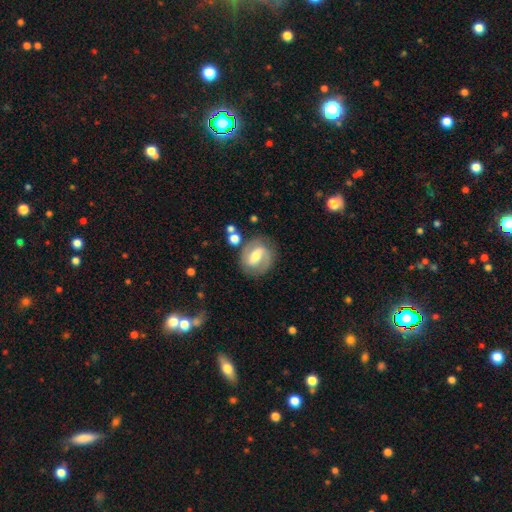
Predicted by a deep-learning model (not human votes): smooth_or_featured: featured or disk (p=0.67) [alt: smooth p=0.26]
disk_edge_on: no (p=0.96) [alt: yes p=0.04]
bar: strong (p=0.44) [alt: weak p=0.41]
has_spiral_arms: yes (p=0.80) [alt: no p=0.20]
spiral_winding: medium (p=0.46) [alt: tight p=0.34]
spiral_arm_count: 2 (p=0.81) [alt: can't tell p=0.10]
bulge_size: moderate (p=0.62) [alt: small p=0.25]
merging: none (p=0.76) [alt: minor disturbance p=0.14]